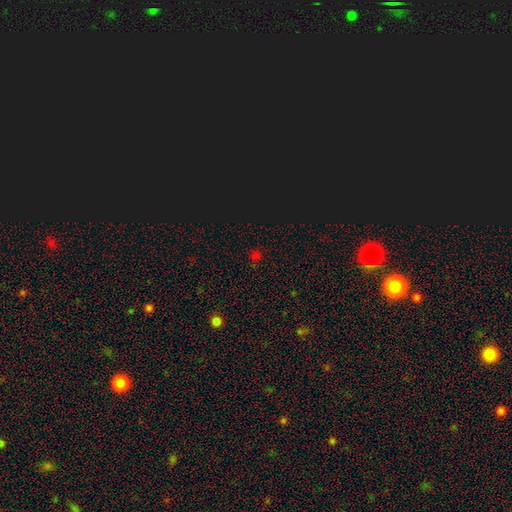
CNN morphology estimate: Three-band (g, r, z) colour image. It shows a star or artifact, not a galaxy (53%).